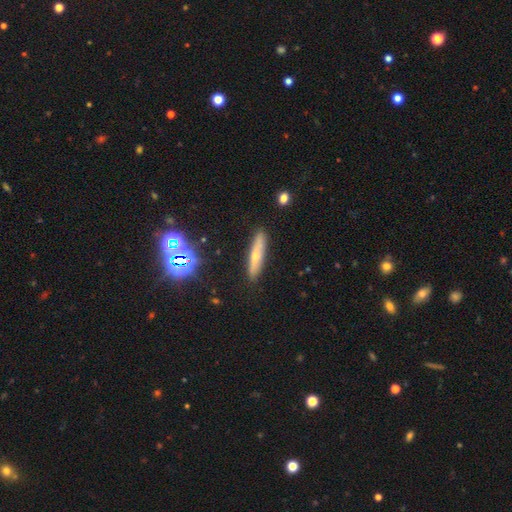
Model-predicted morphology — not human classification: smooth-or-featured: smooth: 45% | featured or disk: 42% | star or artifact: 13%
  merging: none: 89% | minor disturbance: 8% | major disturbance: 2% | merger: 1%